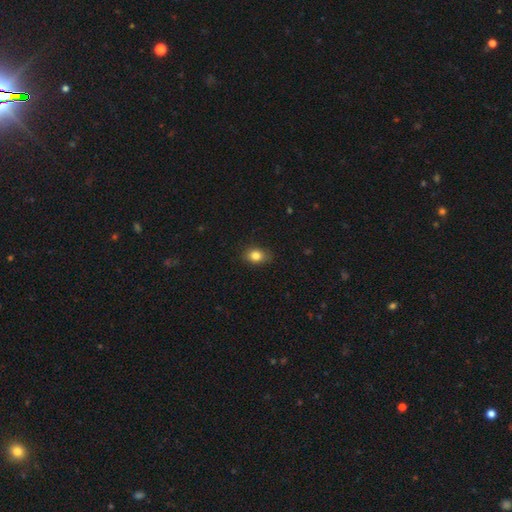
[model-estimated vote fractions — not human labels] smooth 83%, star or artifact 10%, featured or disk 7%. Down the decision tree: how rounded — in between (62%); merging — none (83%).